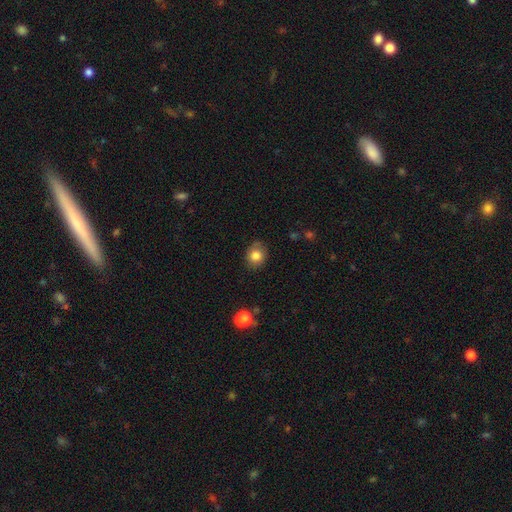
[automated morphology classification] Smooth or featured: smooth — 83% (star or artifact — 9%)
How rounded: round — 63% (in between — 36%)
Merging: none — 78% (minor disturbance — 17%)